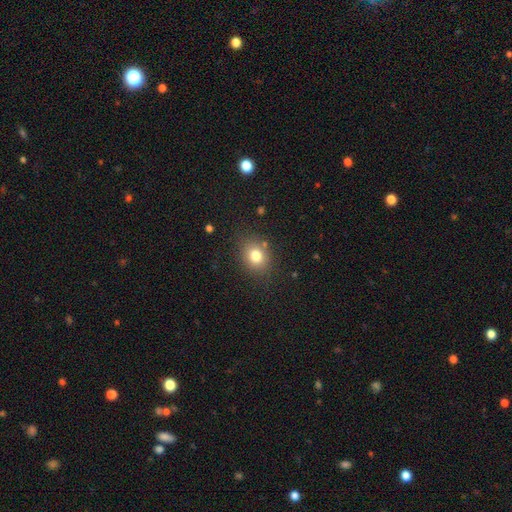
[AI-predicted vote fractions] Q: Smooth or featured?
A: smooth (78%); runner-up: star or artifact (13%)
Q: How rounded?
A: round (59%); runner-up: in between (40%)
Q: Merging?
A: none (81%); runner-up: minor disturbance (12%)